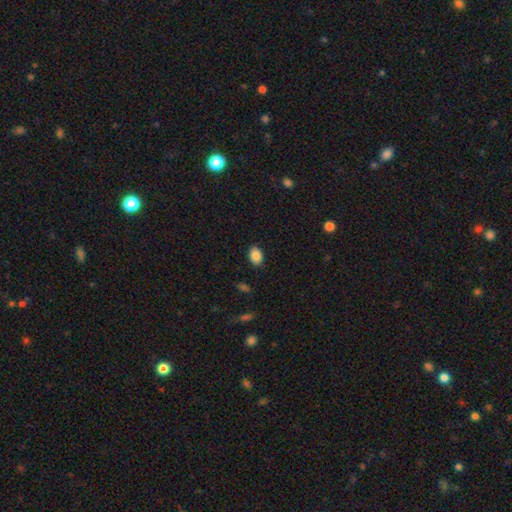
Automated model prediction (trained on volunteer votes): Overall: smooth (87%). How rounded: in between (81%). Merging: none (87%).